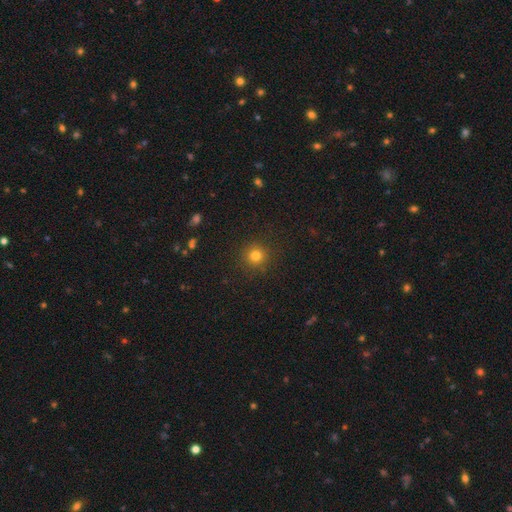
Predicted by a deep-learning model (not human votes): Smooth or featured? Predicted: smooth (p=0.80). How rounded? Predicted: round (p=0.94). Merging? Predicted: none (p=0.91).